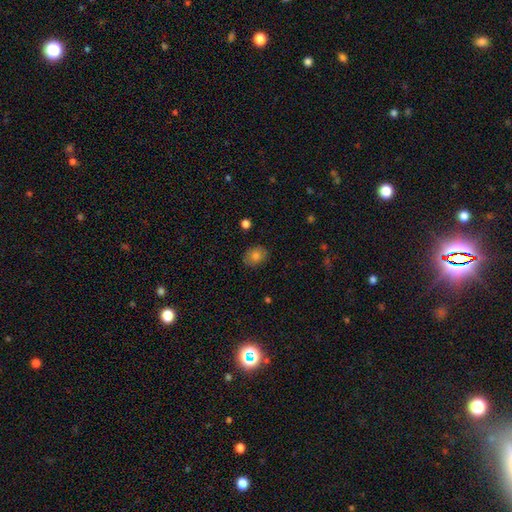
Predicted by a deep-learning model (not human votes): A smooth galaxy with no disk features (80%) that is in between round and cigar-shaped (61%).

Vote fractions:
- Smooth or featured? smooth: 80% / featured or disk: 11% / star or artifact: 9%
- How rounded? in between: 61% / round: 38% / cigar-shaped: 1%
- Merging? none: 86% / minor disturbance: 11% / major disturbance: 2% / merger: 1%